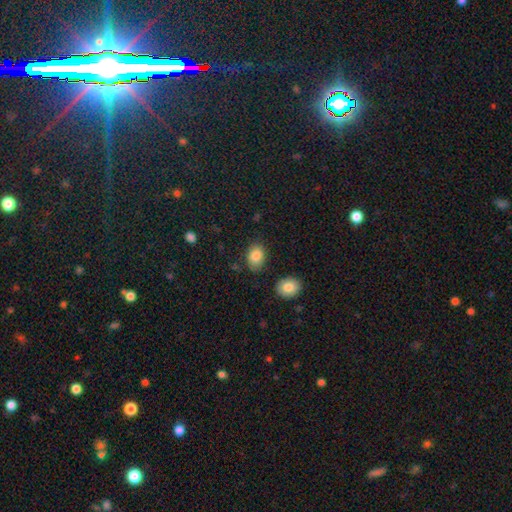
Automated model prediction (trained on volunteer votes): This appears to be a smooth galaxy with no disk features (86%) that is in between round and cigar-shaped (76%). Merging: none (79%).